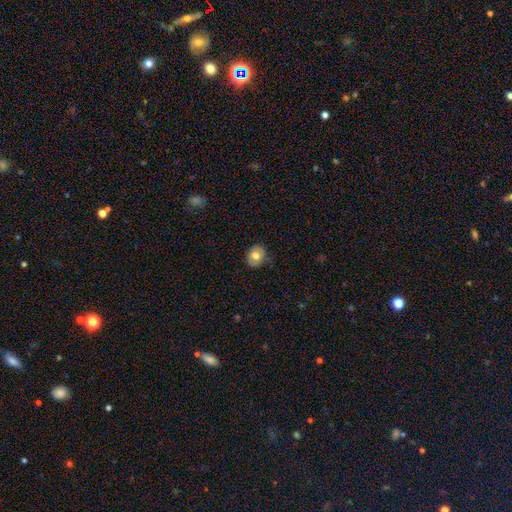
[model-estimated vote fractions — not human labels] Smooth or featured: smooth — 70% (featured or disk — 22%)
How rounded: round — 62% (in between — 37%)
Merging: none — 79% (minor disturbance — 17%)